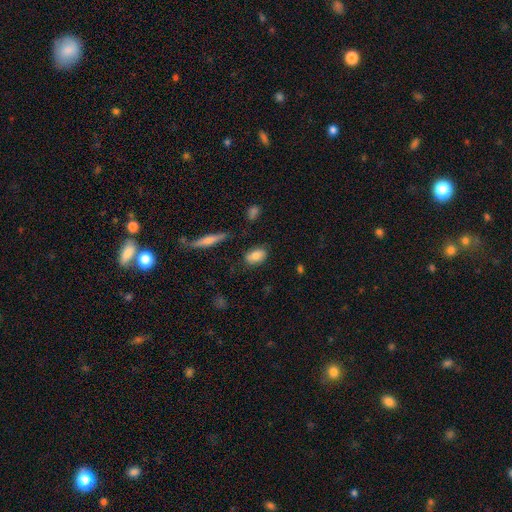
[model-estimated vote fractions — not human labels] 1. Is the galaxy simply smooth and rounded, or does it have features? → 78% smooth, 14% featured or disk, 7% star or artifact.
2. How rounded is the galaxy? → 87% in between, 10% round, 3% cigar-shaped.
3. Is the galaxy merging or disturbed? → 81% none, 13% minor disturbance, 3% major disturbance, 3% merger.